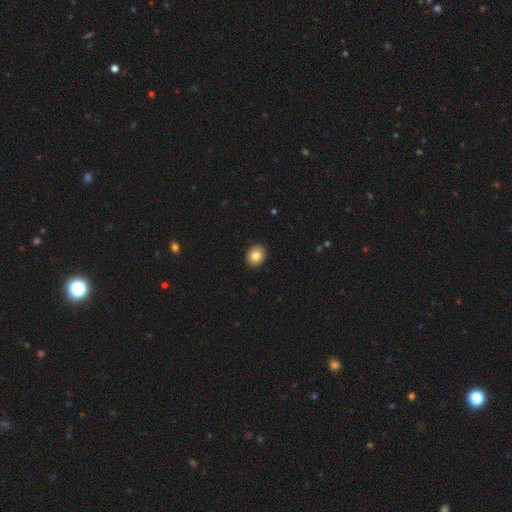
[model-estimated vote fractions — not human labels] Overall: smooth (83%). How rounded: round (59%; in between 40%). Merging: none (91%).